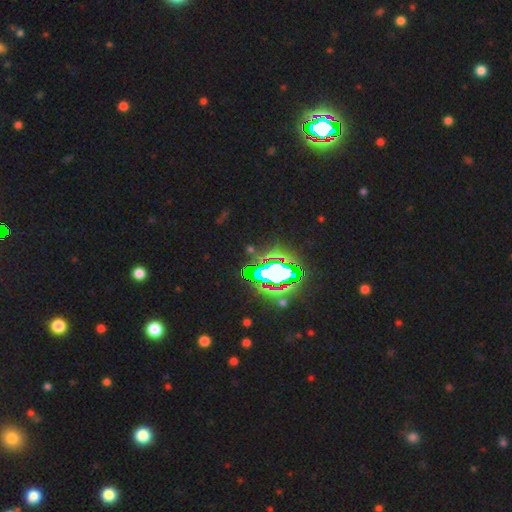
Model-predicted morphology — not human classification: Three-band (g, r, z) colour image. It shows a star or artifact, not a galaxy (82%).